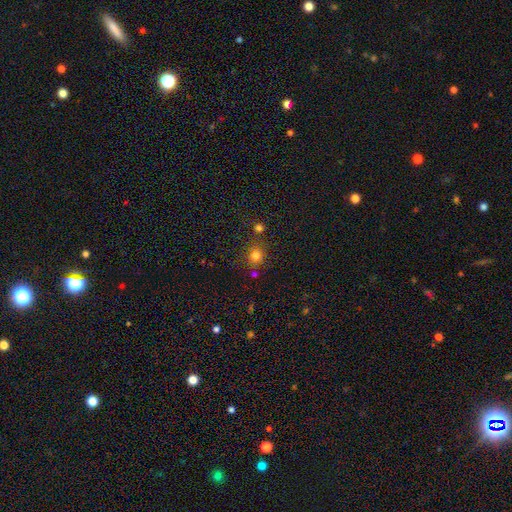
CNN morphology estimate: Overall: smooth (78%). How rounded: round (85%). Merging: none (74%).